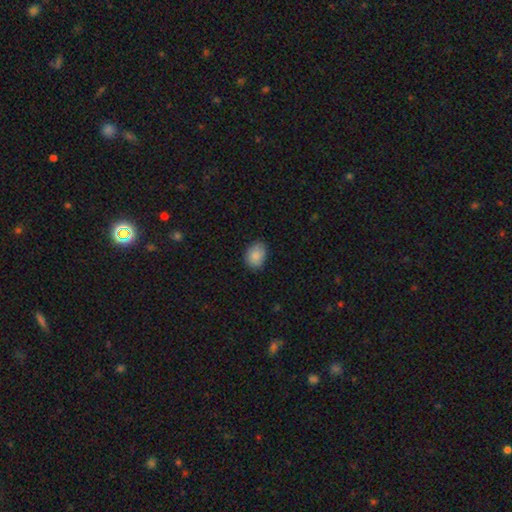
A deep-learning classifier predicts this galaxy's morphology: Q: Smooth or featured?
A: smooth (88%); runner-up: star or artifact (7%)
Q: How rounded?
A: in between (69%); runner-up: round (30%)
Q: Merging?
A: none (81%); runner-up: minor disturbance (15%)